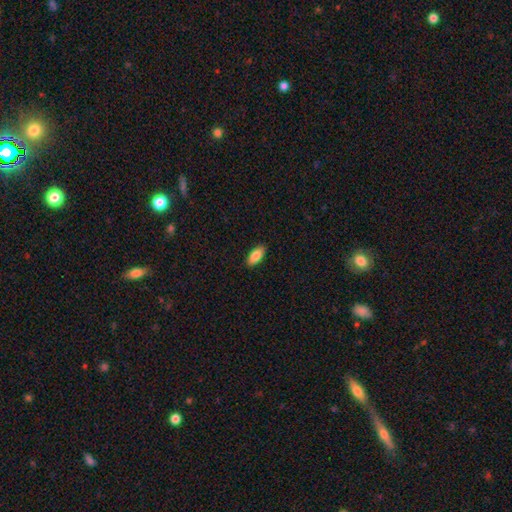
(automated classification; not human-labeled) This is clearly a smooth galaxy (86%). How rounded: clearly in between (87%). Merging: clearly none (90%).